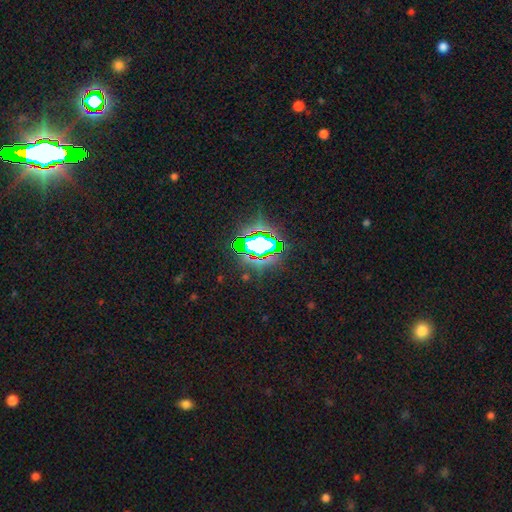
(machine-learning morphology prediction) A star or artifact, not a galaxy (82%).

Vote fractions:
- Smooth or featured? star or artifact: 82% / smooth: 11% / featured or disk: 7%